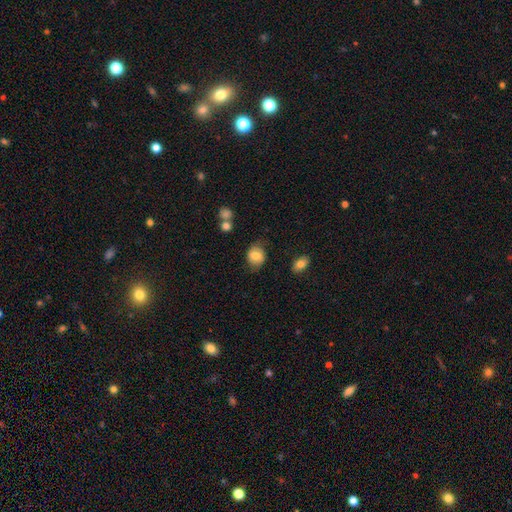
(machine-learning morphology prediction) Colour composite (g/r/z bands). It shows a smooth galaxy with no disk features (75%) that is round (54%). Merging: none (70%).